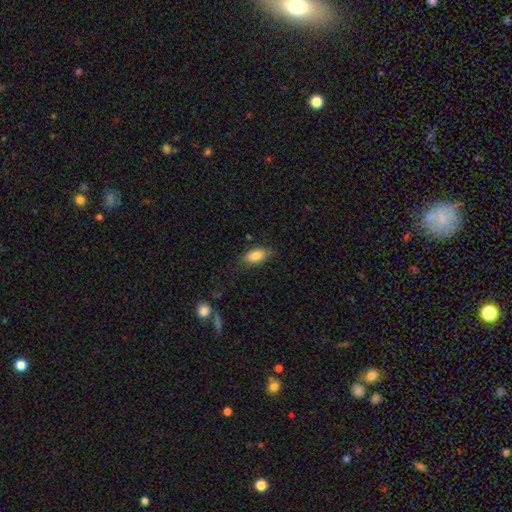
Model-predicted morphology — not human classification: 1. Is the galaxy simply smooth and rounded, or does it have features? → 86% smooth, 8% star or artifact, 7% featured or disk.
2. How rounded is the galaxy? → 89% in between, 6% cigar-shaped, 4% round.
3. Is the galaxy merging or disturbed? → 78% none, 16% minor disturbance, 4% major disturbance, 2% merger.